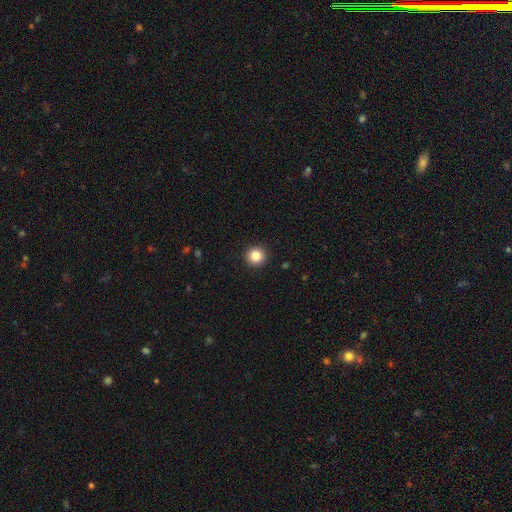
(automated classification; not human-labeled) Overall: smooth (84%). How rounded: round (95%). Merging: none (94%).